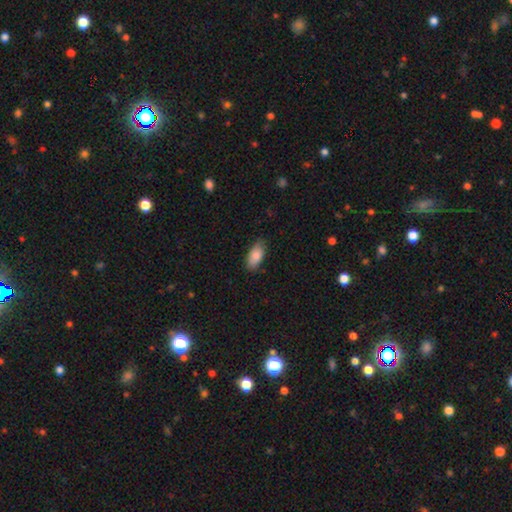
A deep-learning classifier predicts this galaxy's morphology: Smooth or featured? smooth (85%)
How rounded? in between (91%)
Merging? none (80%)